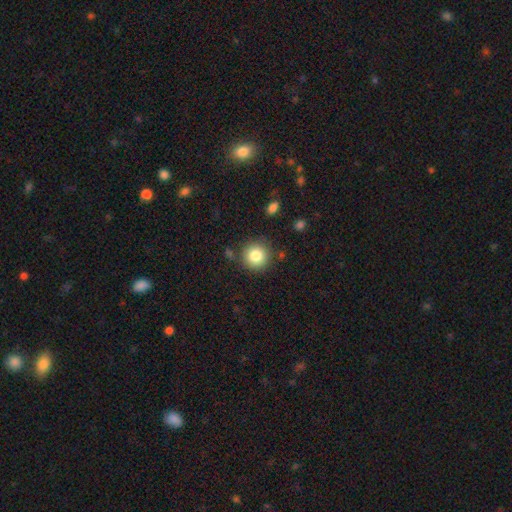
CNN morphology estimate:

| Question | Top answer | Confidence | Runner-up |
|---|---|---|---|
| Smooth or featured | smooth | 82% | star or artifact (10%) |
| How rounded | round | 94% | in between (5%) |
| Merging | none | 84% | minor disturbance (9%) |